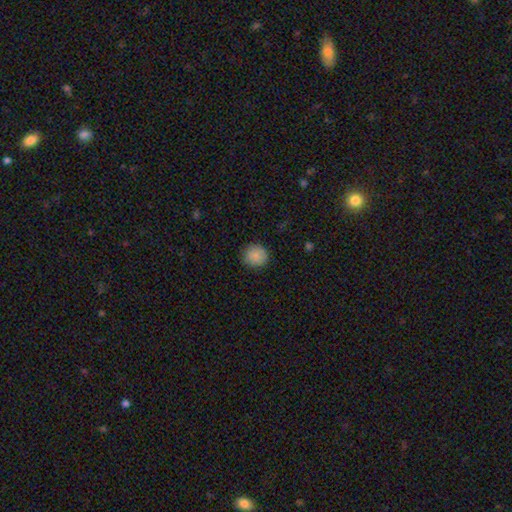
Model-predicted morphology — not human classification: This is clearly a smooth galaxy (87%). How rounded: clearly round (90%). Merging: clearly none (89%).